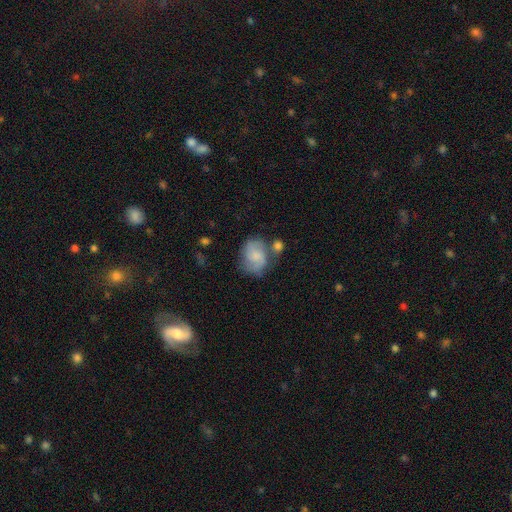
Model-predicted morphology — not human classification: Q: Smooth or featured?
A: smooth (49%); runner-up: featured or disk (43%)
Q: Merging?
A: none (51%); runner-up: minor disturbance (23%)